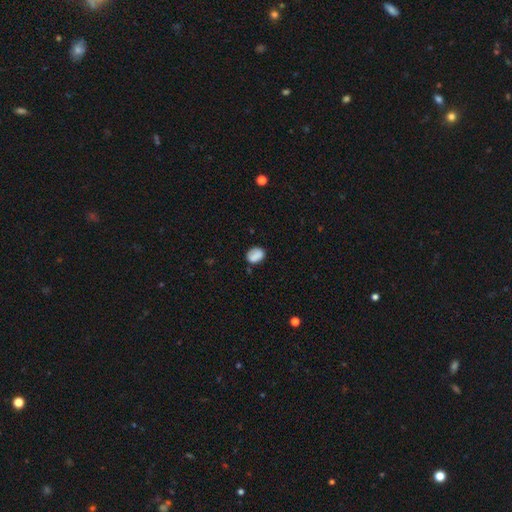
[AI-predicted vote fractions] Smooth or featured?
  - smooth: 83% *
  - star or artifact: 9%
  - featured or disk: 8%
How rounded?
  - in between: 56% *
  - round: 43%
  - cigar-shaped: 1%
Merging?
  - none: 71% *
  - minor disturbance: 20%
  - major disturbance: 5%
  - merger: 4%